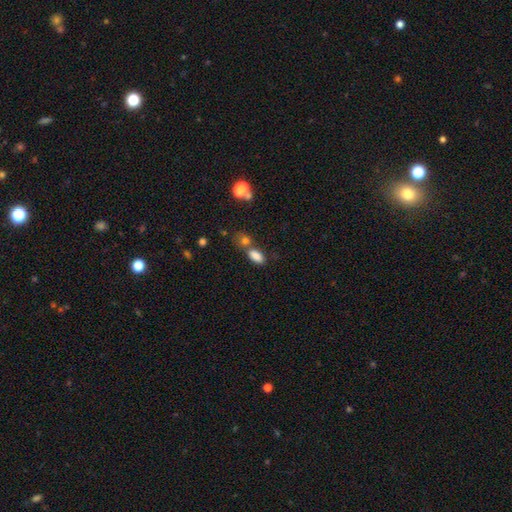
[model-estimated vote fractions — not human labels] Smooth or featured?
  - smooth: 83% *
  - star or artifact: 11%
  - featured or disk: 6%
How rounded?
  - in between: 86% *
  - round: 7%
  - cigar-shaped: 7%
Merging?
  - none: 51% *
  - merger: 29%
  - minor disturbance: 14%
  - major disturbance: 5%